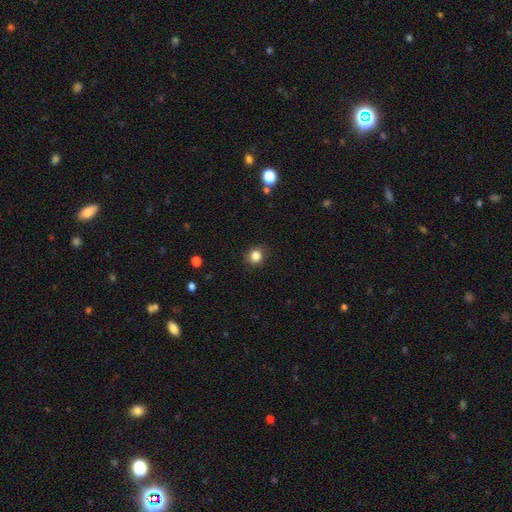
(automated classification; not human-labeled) Smooth or featured?
  - smooth: 84% *
  - star or artifact: 12%
  - featured or disk: 4%
How rounded?
  - round: 85% *
  - in between: 14%
  - cigar-shaped: 1%
Merging?
  - none: 87% *
  - minor disturbance: 10%
  - major disturbance: 3%
  - merger: 1%